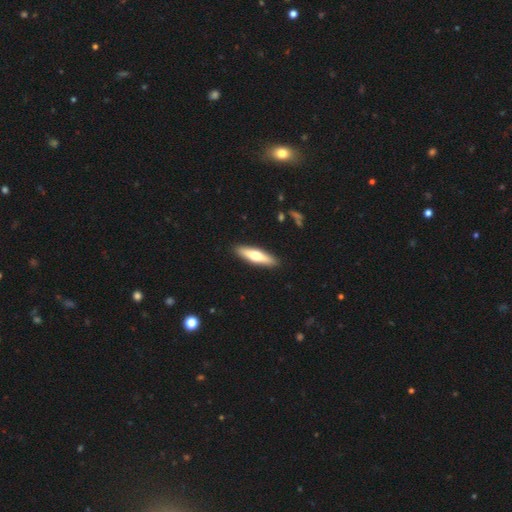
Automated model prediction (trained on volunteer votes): A smooth galaxy with no disk features (54%) that is cigar-shaped (74%).

Vote fractions:
- Smooth or featured? smooth: 54% / featured or disk: 41% / star or artifact: 5%
- How rounded? cigar-shaped: 74% / in between: 24% / round: 2%
- Merging? none: 91% / minor disturbance: 7% / major disturbance: 1% / merger: 1%